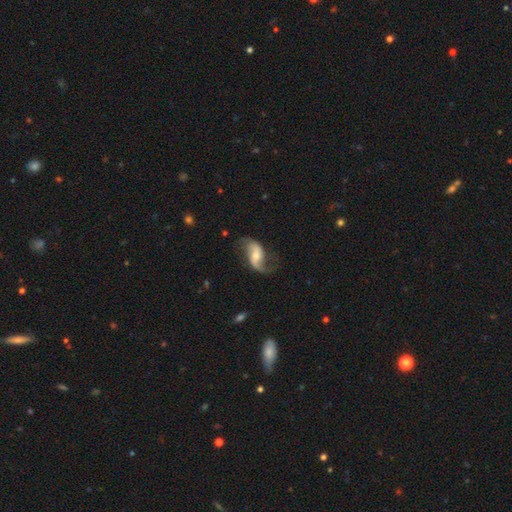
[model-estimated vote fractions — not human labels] Smooth or featured? Predicted: featured or disk (p=0.84). Edge-on disk? Predicted: no (p=0.97). Bar? Predicted: no (p=0.39). Spiral arms? Predicted: yes (p=0.95). Spiral winding? Predicted: loose (p=0.77). Spiral arm count? Predicted: 2 (p=0.89). Bulge size? Predicted: small (p=0.46, tied with moderate). Merging? Predicted: none (p=0.66).